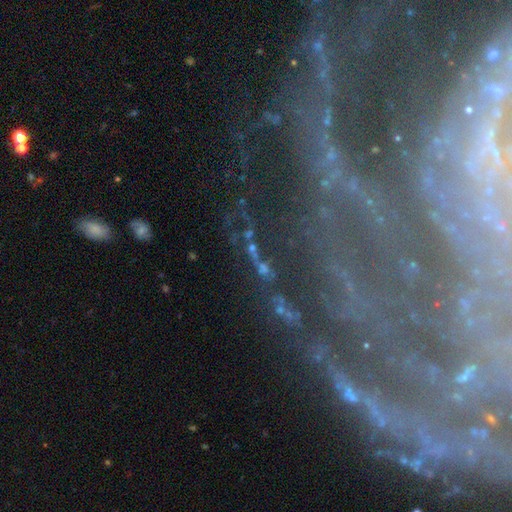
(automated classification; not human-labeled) A featured or disk galaxy (55%).

Vote fractions:
- Smooth or featured? featured or disk: 55% / star or artifact: 33% / smooth: 13%
- Edge-on disk? no: 85% / yes: 15%
- Merging? none: 73% / minor disturbance: 14% / major disturbance: 8% / merger: 5%